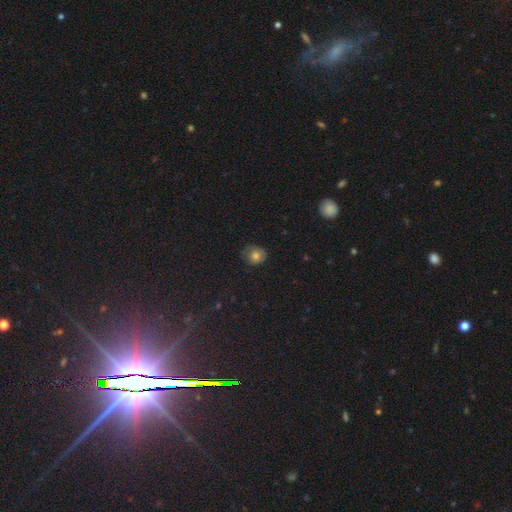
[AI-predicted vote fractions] smooth_or_featured: smooth (p=0.76) [alt: star or artifact p=0.12]
how_rounded: round (p=0.73) [alt: in between p=0.26]
merging: none (p=0.70) [alt: minor disturbance p=0.23]